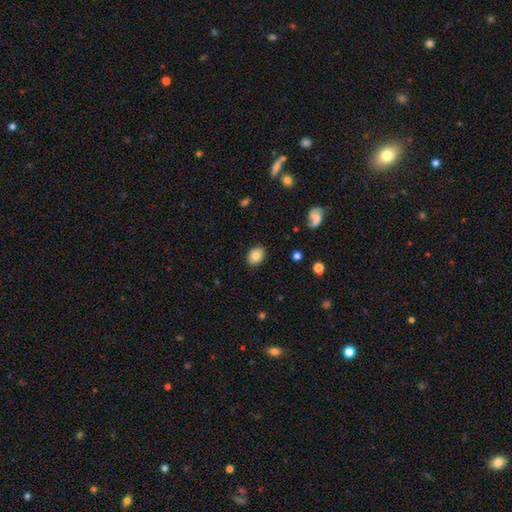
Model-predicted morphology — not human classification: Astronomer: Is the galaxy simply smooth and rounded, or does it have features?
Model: smooth — 83%.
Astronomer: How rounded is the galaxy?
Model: in between — 70%.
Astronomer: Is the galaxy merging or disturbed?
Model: none — 86%.